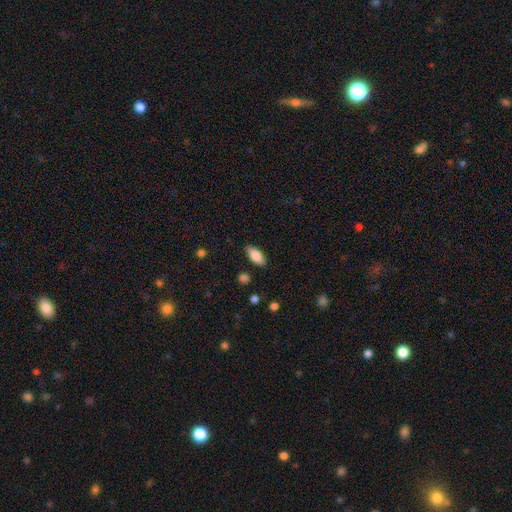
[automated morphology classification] Smooth or featured: smooth — 83% (featured or disk — 10%)
How rounded: in between — 87% (cigar-shaped — 11%)
Merging: none — 84% (minor disturbance — 12%)